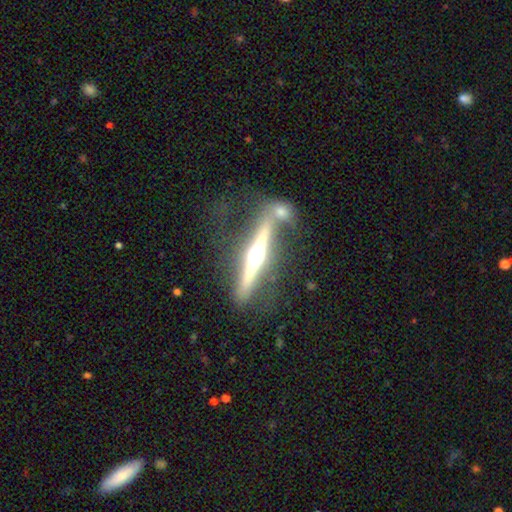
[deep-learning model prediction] This is clearly a featured or disk galaxy (81%). It is clearly viewed edge-on (96%). Edge-on bulge: clearly rounded (92%). Merging: possibly none (58%).